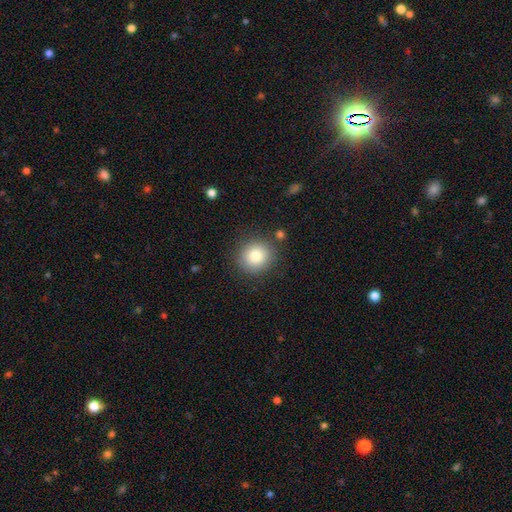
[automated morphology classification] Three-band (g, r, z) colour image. It shows a smooth galaxy with no disk features (80%) that is round (88%). Merging: none (86%).